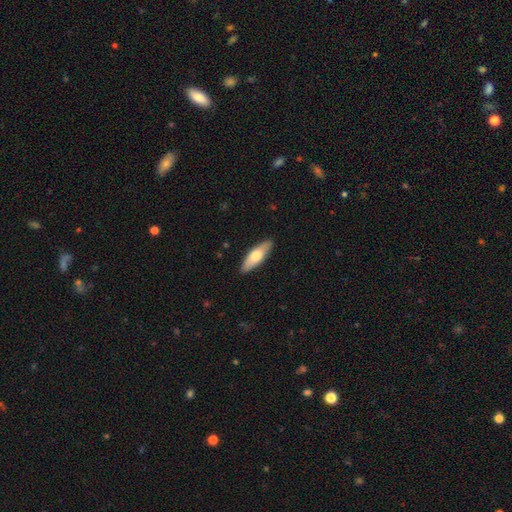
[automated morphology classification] This appears to be a smooth galaxy with no disk features (63%) that is in between round and cigar-shaped (53%). Merging: none (89%).